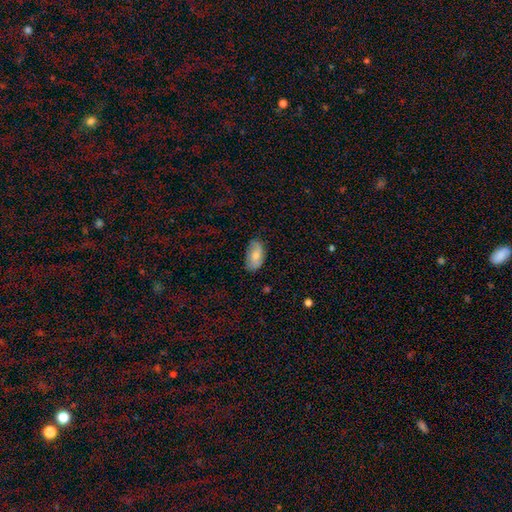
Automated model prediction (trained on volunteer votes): Smooth or featured?
  - smooth: 77% *
  - featured or disk: 16%
  - star or artifact: 6%
How rounded?
  - in between: 94% *
  - round: 4%
  - cigar-shaped: 2%
Merging?
  - none: 75% *
  - minor disturbance: 20%
  - major disturbance: 4%
  - merger: 1%